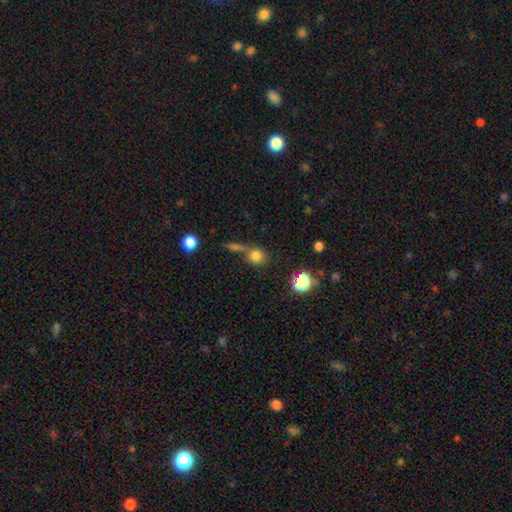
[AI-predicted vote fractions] Smooth or featured: smooth — 76% (star or artifact — 15%)
How rounded: round — 79% (in between — 19%)
Merging: none — 51% (merger — 30%)